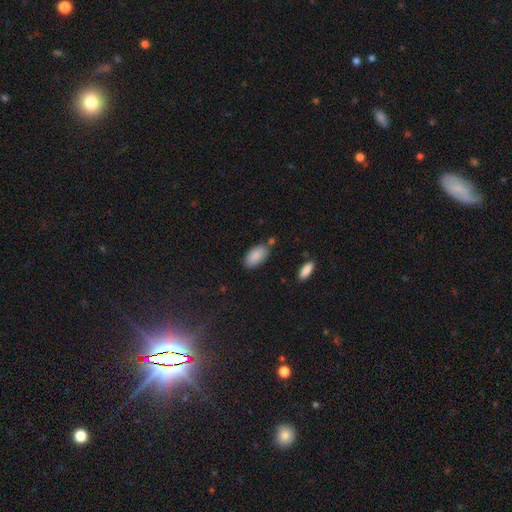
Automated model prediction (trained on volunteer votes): Smooth or featured: smooth — 88% (star or artifact — 7%)
How rounded: in between — 94% (cigar-shaped — 3%)
Merging: none — 72% (minor disturbance — 16%)